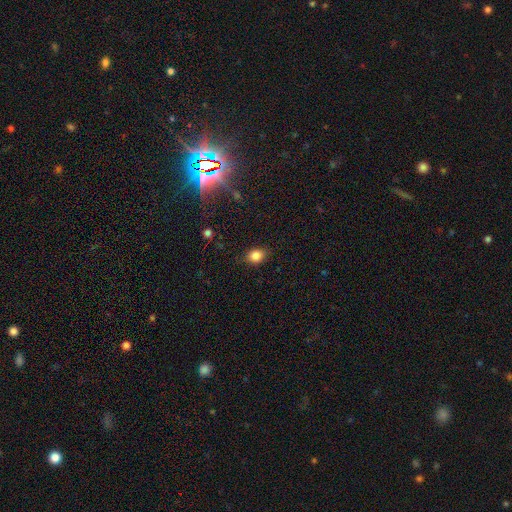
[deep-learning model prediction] Q: Smooth or featured?
A: smooth (84%); runner-up: star or artifact (11%)
Q: How rounded?
A: in between (55%); runner-up: round (43%)
Q: Merging?
A: none (82%); runner-up: minor disturbance (13%)